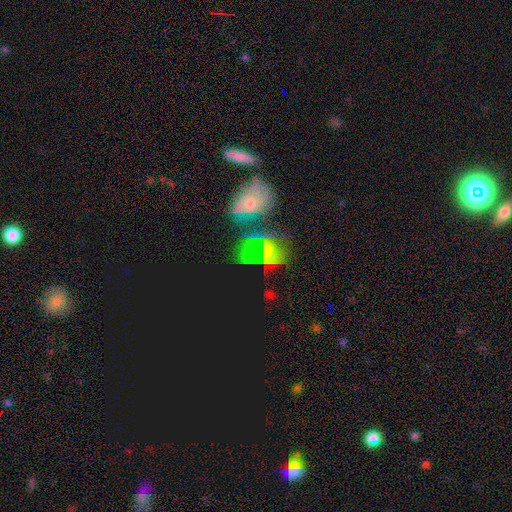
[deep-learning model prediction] Smooth or featured: star or artifact — 52% (smooth — 25%)